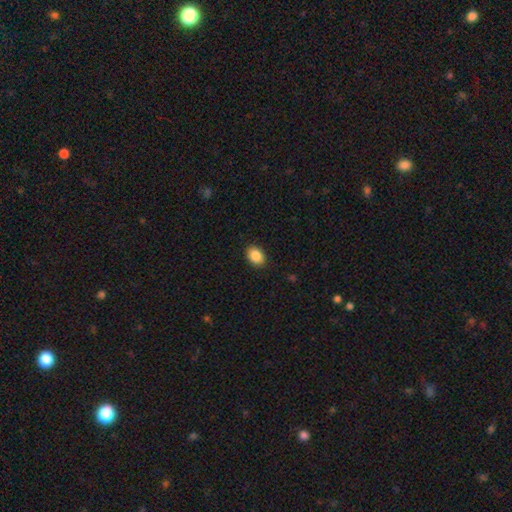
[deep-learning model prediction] smooth 88%, star or artifact 8%, featured or disk 4%. Down the decision tree: how rounded — in between (72%); merging — none (89%).